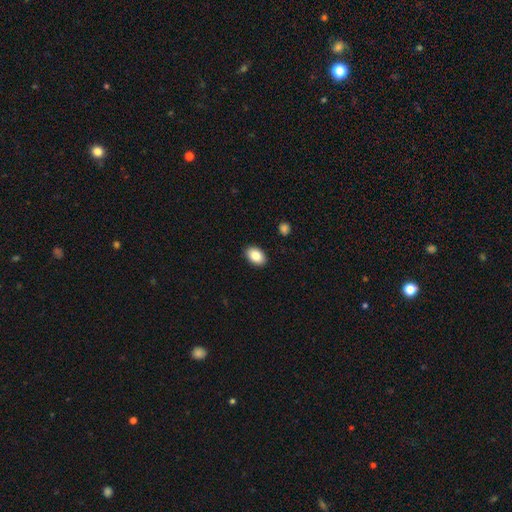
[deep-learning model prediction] Smooth or featured? Predicted: smooth (p=0.86). How rounded? Predicted: in between (p=0.88). Merging? Predicted: none (p=0.89).